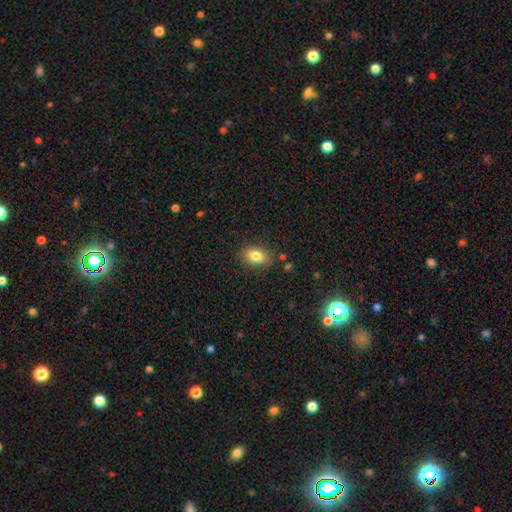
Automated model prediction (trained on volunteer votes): The model was most divided on "how rounded": in between: 78%, round: 21%, cigar-shaped: 1%. More confident: merging — none (82%); smooth or featured — smooth (82%).